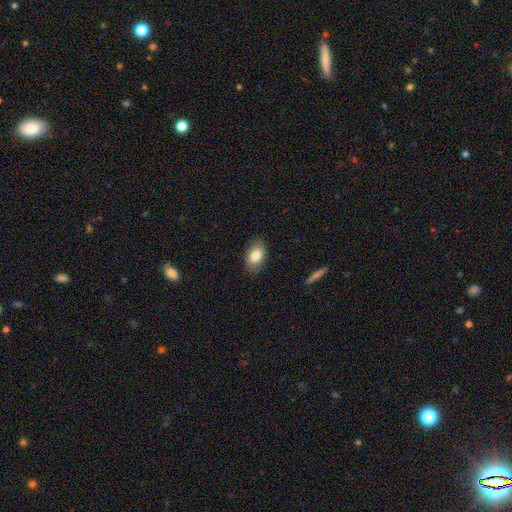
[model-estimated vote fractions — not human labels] Smooth or featured: smooth — 82% (featured or disk — 10%)
How rounded: in between — 89% (round — 9%)
Merging: none — 84% (minor disturbance — 12%)